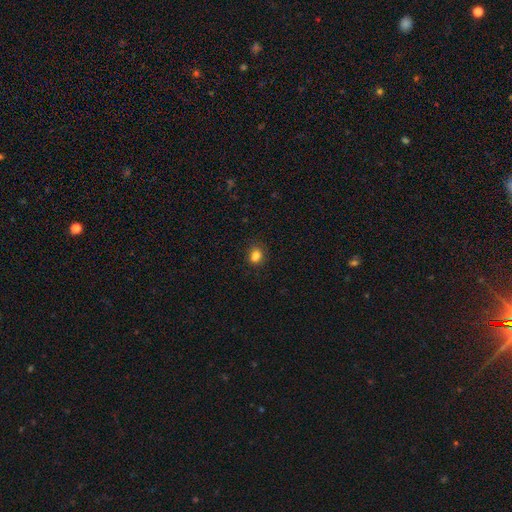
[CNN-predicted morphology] Smooth or featured? Predicted: smooth (p=0.82). How rounded? Predicted: round (p=0.52). Merging? Predicted: none (p=0.76).